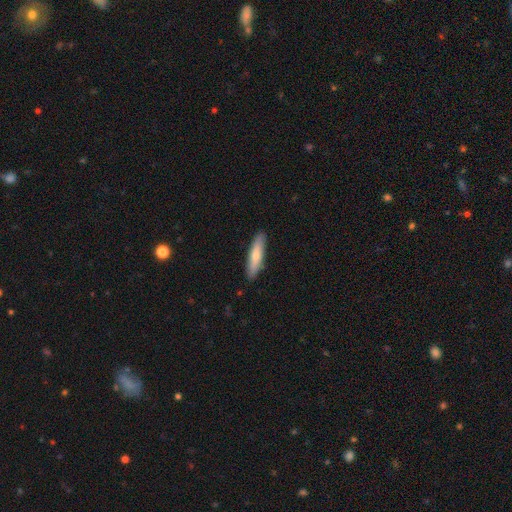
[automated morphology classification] smooth_or_featured: smooth (p=0.69) [alt: featured or disk p=0.26]
how_rounded: cigar-shaped (p=0.79) [alt: in between p=0.19]
merging: none (p=0.89) [alt: minor disturbance p=0.08]